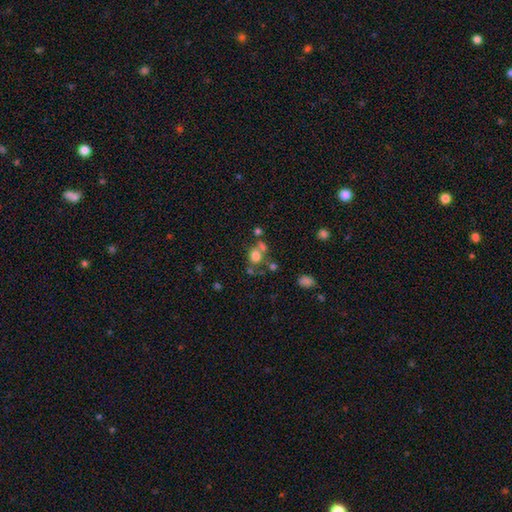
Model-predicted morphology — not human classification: Smooth or featured: smooth — 73% (star or artifact — 15%)
How rounded: round — 72% (in between — 27%)
Merging: none — 48% (merger — 34%)